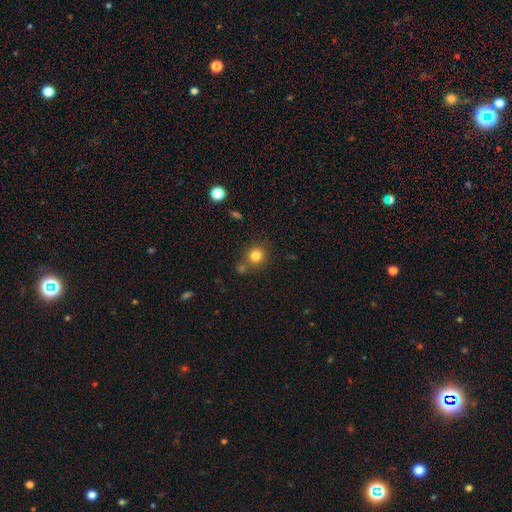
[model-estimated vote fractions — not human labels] Smooth or featured?
  - smooth: 82% *
  - star or artifact: 12%
  - featured or disk: 7%
How rounded?
  - round: 89% *
  - in between: 10%
  - cigar-shaped: 1%
Merging?
  - none: 73% *
  - merger: 14%
  - minor disturbance: 10%
  - major disturbance: 3%